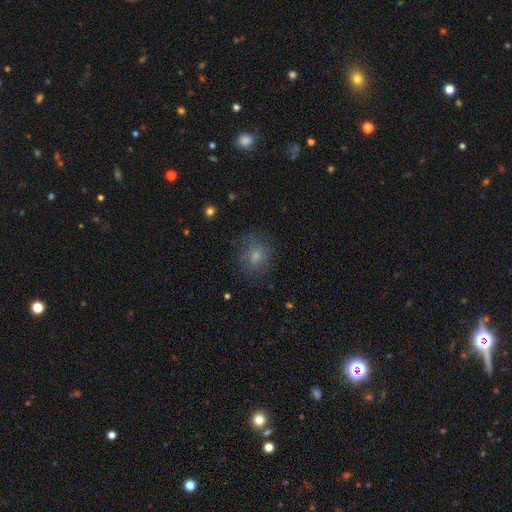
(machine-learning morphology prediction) Smooth or featured? smooth (67%)
How rounded? round (58%)
Merging? none (67%)